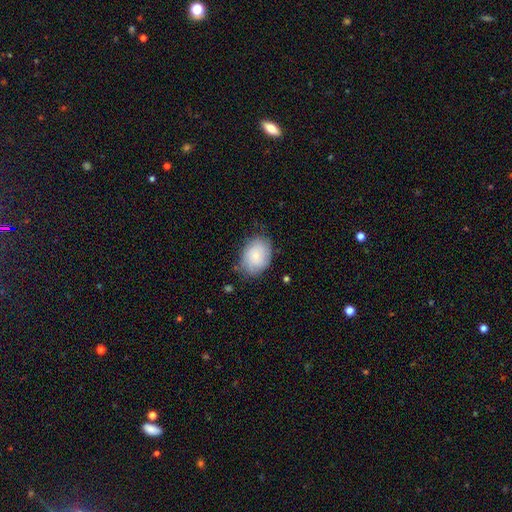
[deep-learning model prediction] smooth 66%, featured or disk 26%, star or artifact 8%. Down the decision tree: how rounded — in between (64%); merging — none (70%).